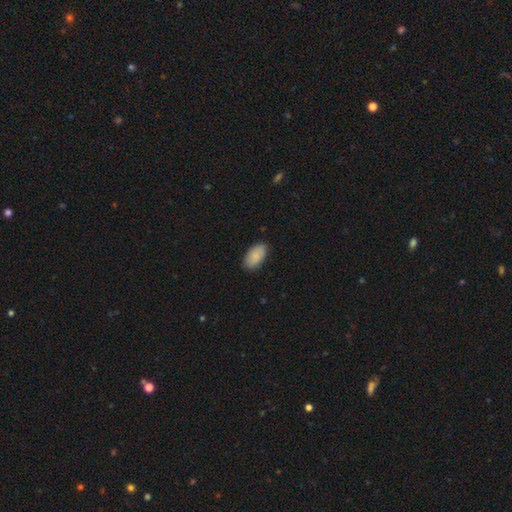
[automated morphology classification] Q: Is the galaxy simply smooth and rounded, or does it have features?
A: smooth — 88%.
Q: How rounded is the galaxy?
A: in between — 95%.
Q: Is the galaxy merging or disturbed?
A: none — 85%.